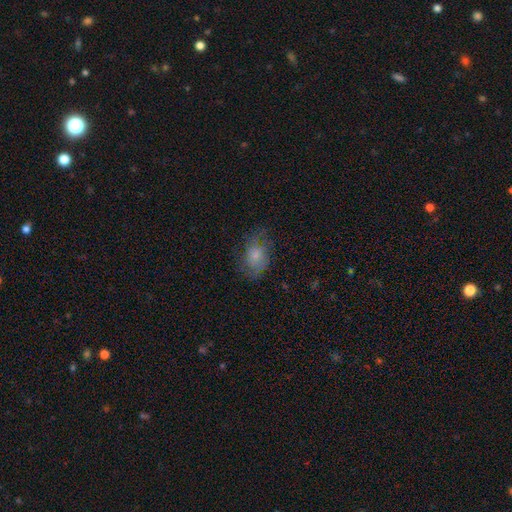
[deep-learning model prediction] A smooth galaxy with no disk features (66%) that is in between round and cigar-shaped (72%). Merging: none (56%).